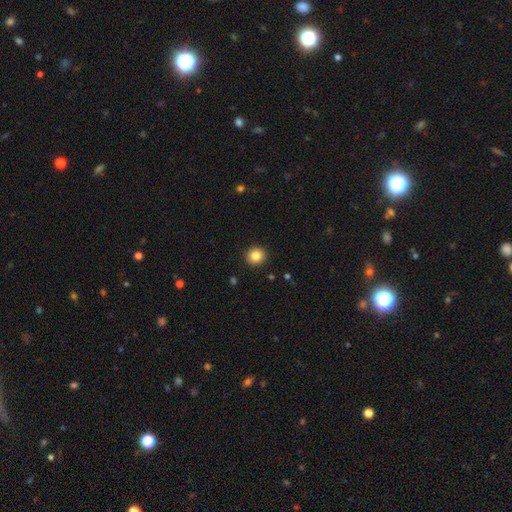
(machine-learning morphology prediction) Smooth or featured?
  - smooth: 85% *
  - star or artifact: 10%
  - featured or disk: 5%
How rounded?
  - round: 92% *
  - in between: 7%
  - cigar-shaped: 1%
Merging?
  - none: 92% *
  - minor disturbance: 5%
  - major disturbance: 2%
  - merger: 1%